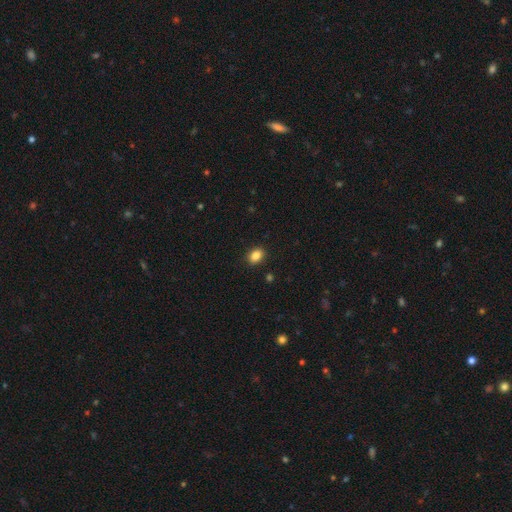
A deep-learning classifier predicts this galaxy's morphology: A smooth galaxy with no disk features (86%) that is in between round and cigar-shaped (66%). Merging: none (90%).